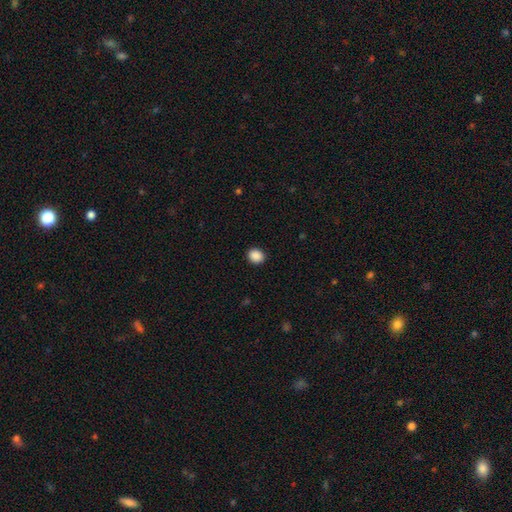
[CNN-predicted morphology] The model was most divided on "how rounded": round: 68%, in between: 31%, cigar-shaped: 1%. More confident: merging — none (91%); smooth or featured — smooth (89%).